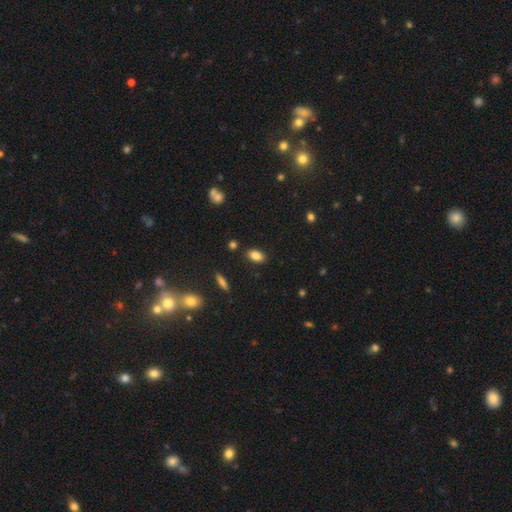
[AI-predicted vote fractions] Smooth or featured: smooth — 85% (star or artifact — 9%)
How rounded: in between — 88% (round — 8%)
Merging: none — 86% (minor disturbance — 9%)